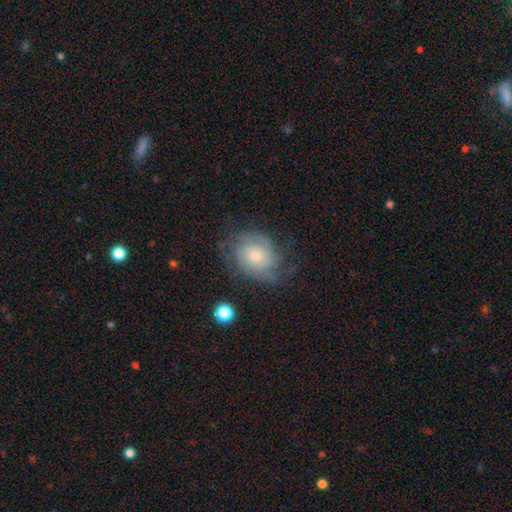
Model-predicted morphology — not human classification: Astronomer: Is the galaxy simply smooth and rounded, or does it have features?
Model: featured or disk — 71%.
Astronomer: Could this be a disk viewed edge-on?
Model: no — 97%.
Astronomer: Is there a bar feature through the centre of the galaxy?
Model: no — 78%.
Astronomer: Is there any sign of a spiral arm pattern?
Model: yes — 90%.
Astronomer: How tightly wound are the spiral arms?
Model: tight — 57%.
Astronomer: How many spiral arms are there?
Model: can't tell — 41% (runner-up: 2, 28%).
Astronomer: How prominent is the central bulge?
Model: small — 53% (runner-up: moderate, 38%).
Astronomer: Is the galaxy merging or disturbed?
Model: none — 65%.